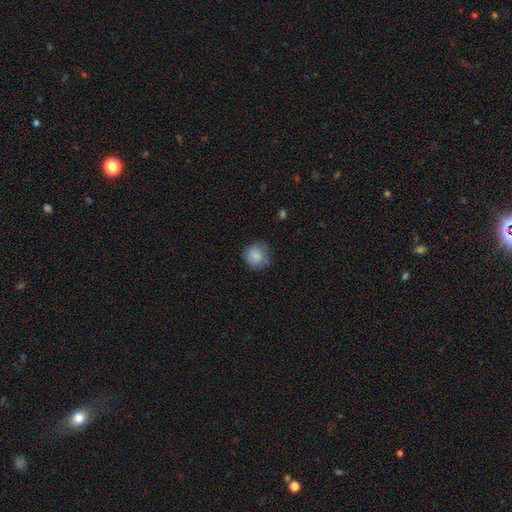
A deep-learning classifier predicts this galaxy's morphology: Smooth or featured? Predicted: smooth (p=0.87). How rounded? Predicted: round (p=0.90). Merging? Predicted: none (p=0.78).